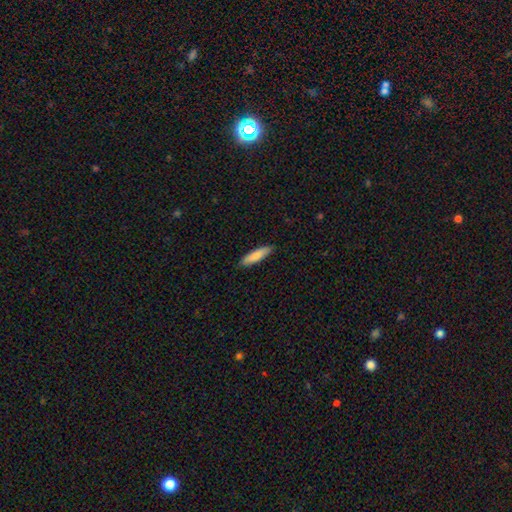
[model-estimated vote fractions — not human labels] smooth-or-featured: smooth: 85% | featured or disk: 9% | star or artifact: 5%
  how-rounded: cigar-shaped: 70% | in between: 29% | round: 1%
  merging: none: 88% | minor disturbance: 10% | major disturbance: 2% | merger: 1%